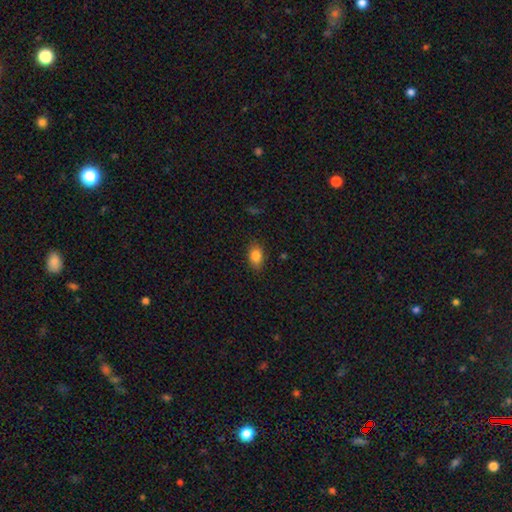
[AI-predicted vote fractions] Smooth or featured? smooth (85%)
How rounded? in between (82%)
Merging? none (84%)